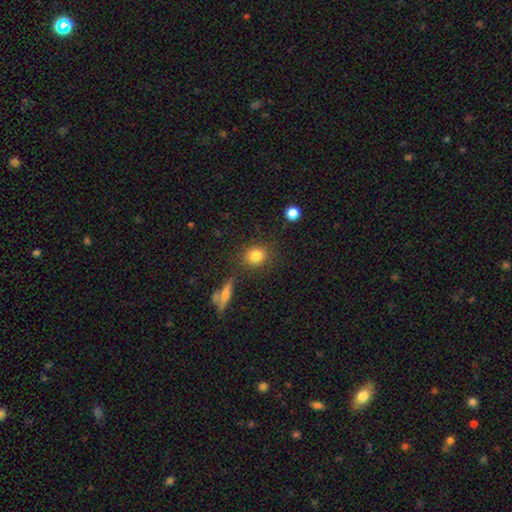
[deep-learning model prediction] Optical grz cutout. It shows a smooth galaxy with no disk features (82%) that is round (74%). Merging: none (81%).